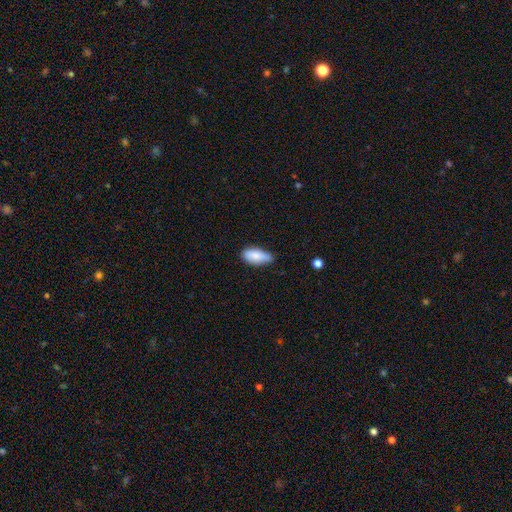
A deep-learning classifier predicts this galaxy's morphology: Smooth or featured: smooth — 83% (featured or disk — 11%)
How rounded: in between — 83% (cigar-shaped — 15%)
Merging: none — 61% (minor disturbance — 32%)